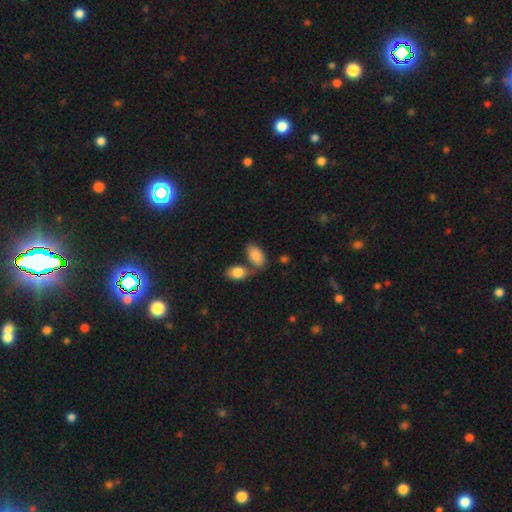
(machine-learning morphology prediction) The model was most divided on "merging": none: 48%, merger: 35%, minor disturbance: 13%, major disturbance: 4%. More confident: how rounded — in between (94%); smooth or featured — smooth (86%).